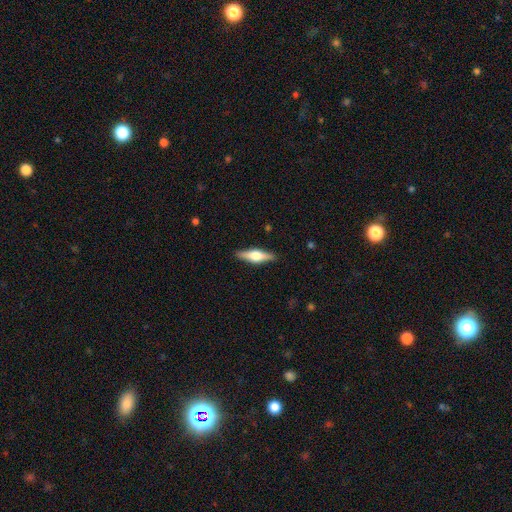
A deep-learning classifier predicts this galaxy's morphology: Smooth or featured?
  - featured or disk: 60% *
  - smooth: 34%
  - star or artifact: 6%
Edge-on disk?
  - yes: 96% *
  - no: 4%
Edge-on bulge?
  - rounded: 92% *
  - boxy: 7%
  - none: 2%
Merging?
  - none: 89% *
  - minor disturbance: 8%
  - major disturbance: 2%
  - merger: 1%